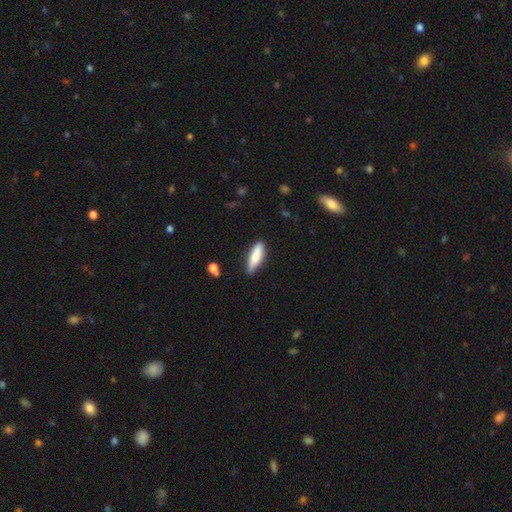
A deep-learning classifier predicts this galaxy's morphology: Smooth or featured?
  - smooth: 80% *
  - featured or disk: 14%
  - star or artifact: 6%
How rounded?
  - cigar-shaped: 61% *
  - in between: 37%
  - round: 2%
Merging?
  - none: 78% *
  - minor disturbance: 17%
  - major disturbance: 3%
  - merger: 2%